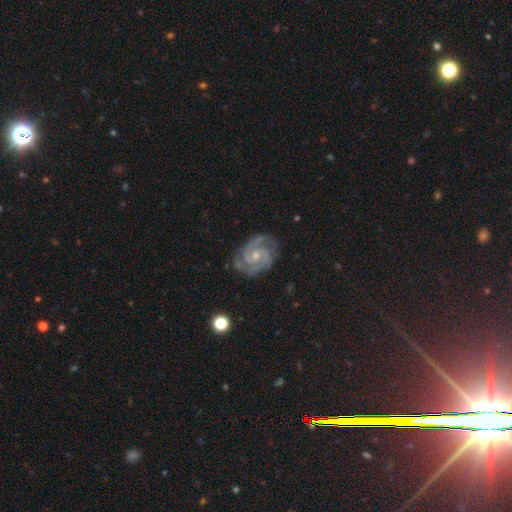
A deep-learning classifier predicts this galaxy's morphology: This is clearly a featured or disk galaxy (93%). It is clearly not viewed edge-on (98%). Bar: possibly no (60%). Spiral arm pattern: clearly yes (99%). Spiral arm count: likely 2 (63%). Spiral winding: possibly tight (58%). Central bulge: likely small (61%). Merging: likely none (78%).